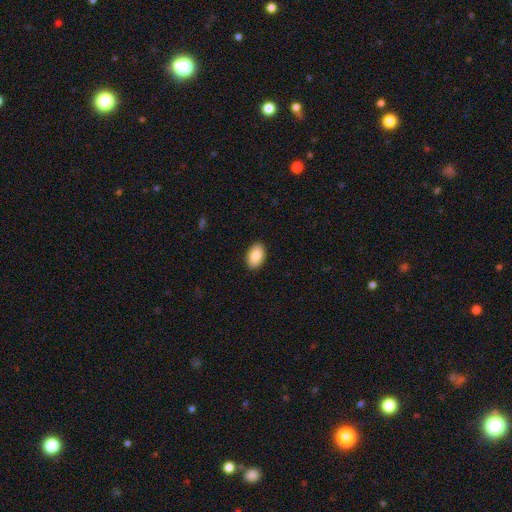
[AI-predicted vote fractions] The model was most divided on "smooth or featured": smooth: 86%, featured or disk: 7%, star or artifact: 7%. More confident: how rounded — in between (92%); merging — none (90%).